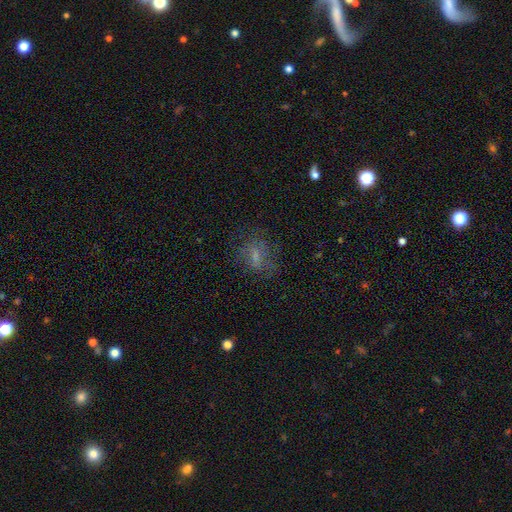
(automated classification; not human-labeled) The model was most divided on "how rounded": in between: 56%, round: 36%, cigar-shaped: 8%. More confident: merging — none (63%); smooth or featured — smooth (50%).